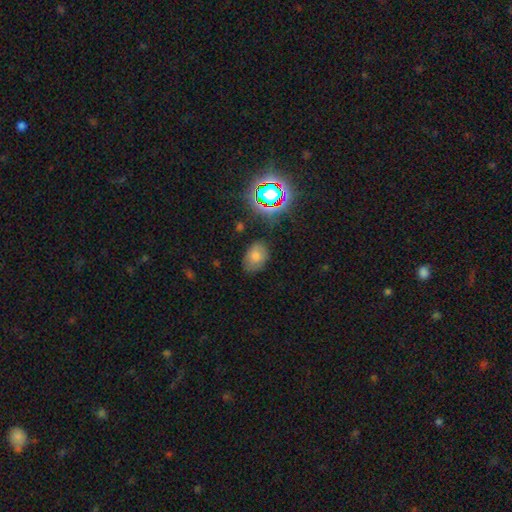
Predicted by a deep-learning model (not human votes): Smooth or featured? smooth (70%)
How rounded? in between (80%)
Merging? none (76%)